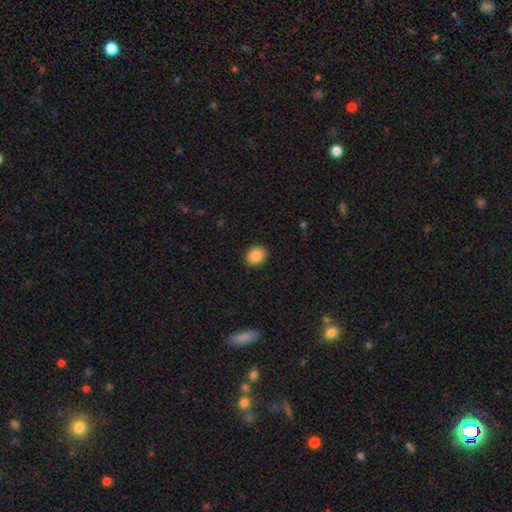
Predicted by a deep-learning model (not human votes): smooth-or-featured: smooth: 87% | star or artifact: 8% | featured or disk: 5%
  how-rounded: round: 50% | in between: 49% | cigar-shaped: 1%
  merging: none: 90% | minor disturbance: 8% | major disturbance: 2% | merger: 1%